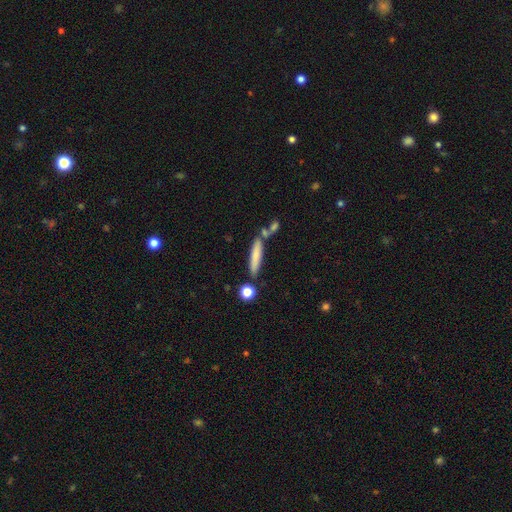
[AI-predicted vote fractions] This is likely a smooth galaxy (76%). How rounded: clearly cigar-shaped (85%). Merging: likely none (71%).